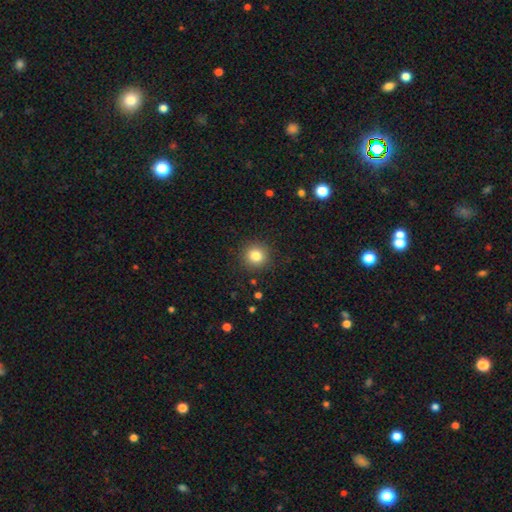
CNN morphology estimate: type=smooth (82%); roundness=round (93%); merging=none (91%).